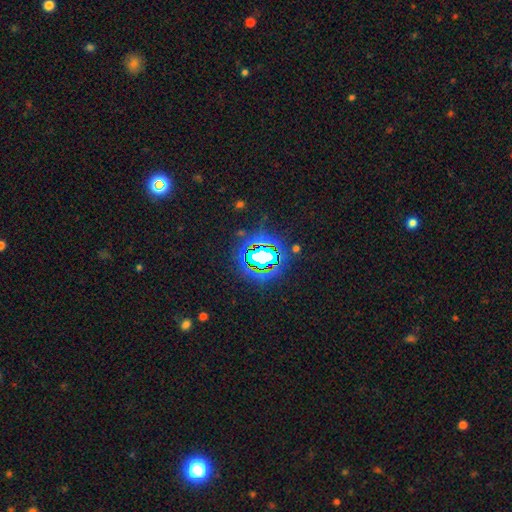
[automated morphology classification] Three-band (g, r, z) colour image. It shows a star or artifact, not a galaxy (75%).